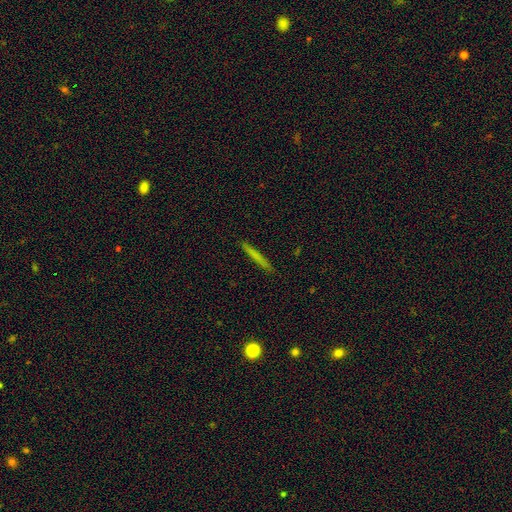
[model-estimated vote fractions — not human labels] Q: Smooth or featured?
A: smooth (68%); runner-up: featured or disk (24%)
Q: How rounded?
A: cigar-shaped (96%); runner-up: in between (3%)
Q: Merging?
A: none (90%); runner-up: minor disturbance (7%)